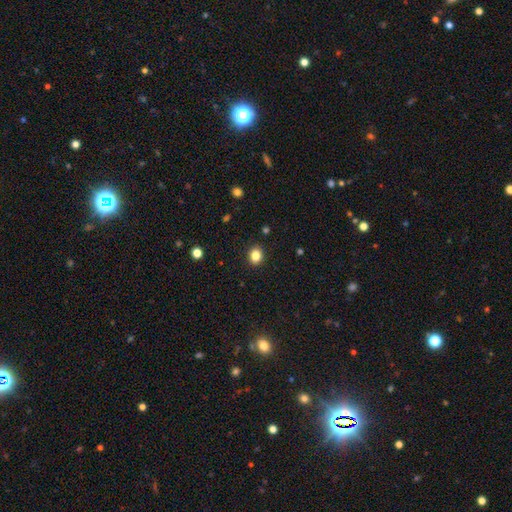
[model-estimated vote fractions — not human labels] The model was most divided on "how rounded": round: 57%, in between: 42%, cigar-shaped: 1%. More confident: merging — none (91%); smooth or featured — smooth (84%).